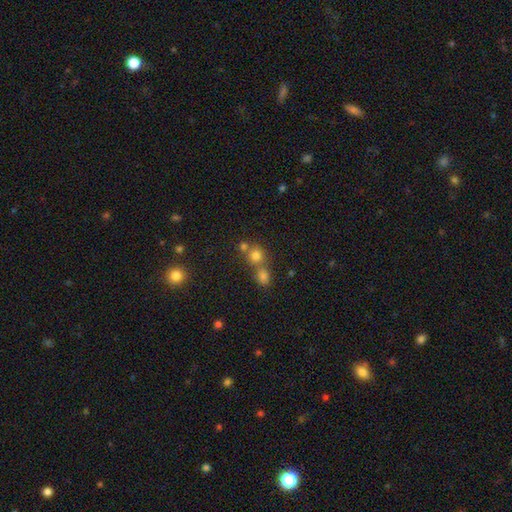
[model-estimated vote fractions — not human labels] A smooth galaxy with no disk features (74%) that is round (85%).

Vote fractions:
- Smooth or featured? smooth: 74% / star or artifact: 17% / featured or disk: 9%
- How rounded? round: 85% / in between: 14% / cigar-shaped: 1%
- Merging? none: 48% / merger: 42% / minor disturbance: 7% / major disturbance: 3%